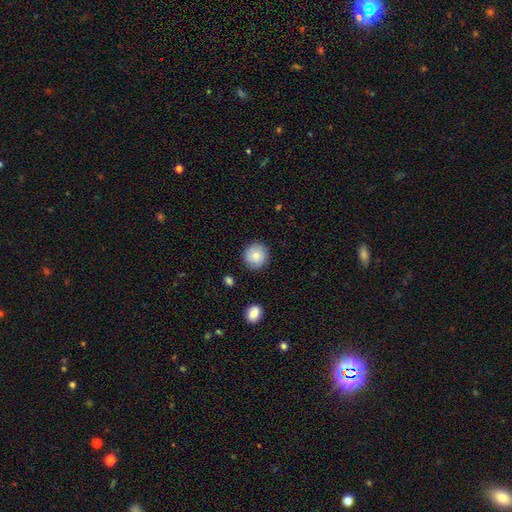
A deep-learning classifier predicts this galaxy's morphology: smooth_or_featured: smooth (p=0.80) [alt: featured or disk p=0.12]
how_rounded: round (p=0.92) [alt: in between p=0.07]
merging: none (p=0.88) [alt: minor disturbance p=0.09]